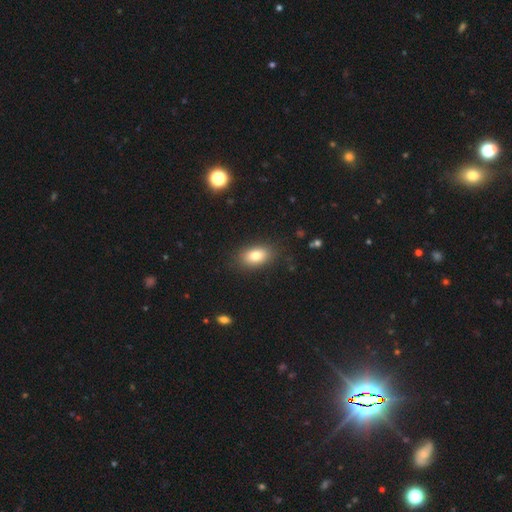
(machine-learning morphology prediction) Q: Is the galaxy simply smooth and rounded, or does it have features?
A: smooth — 80%.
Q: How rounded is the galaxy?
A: in between — 87%.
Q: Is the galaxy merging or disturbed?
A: none — 86%.